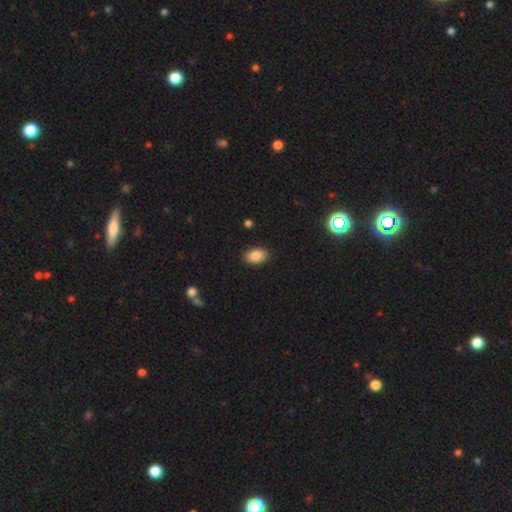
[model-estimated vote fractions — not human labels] smooth-or-featured: smooth: 87% | star or artifact: 8% | featured or disk: 5%
  how-rounded: in between: 92% | round: 7% | cigar-shaped: 2%
  merging: none: 89% | minor disturbance: 8% | major disturbance: 2% | merger: 1%